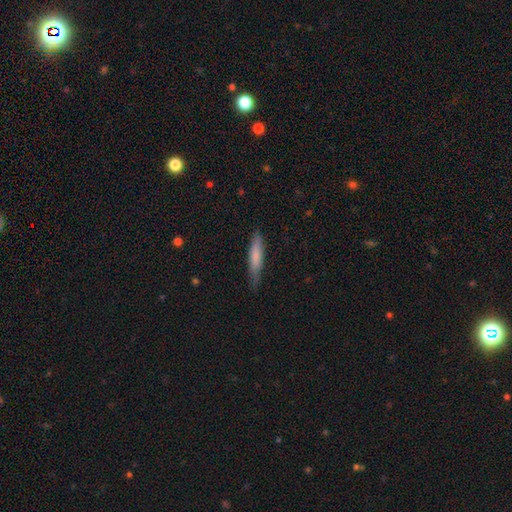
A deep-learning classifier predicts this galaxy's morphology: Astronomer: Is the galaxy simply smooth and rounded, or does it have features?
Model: smooth — 74%.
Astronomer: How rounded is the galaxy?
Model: cigar-shaped — 87%.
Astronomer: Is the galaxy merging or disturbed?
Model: none — 75%.